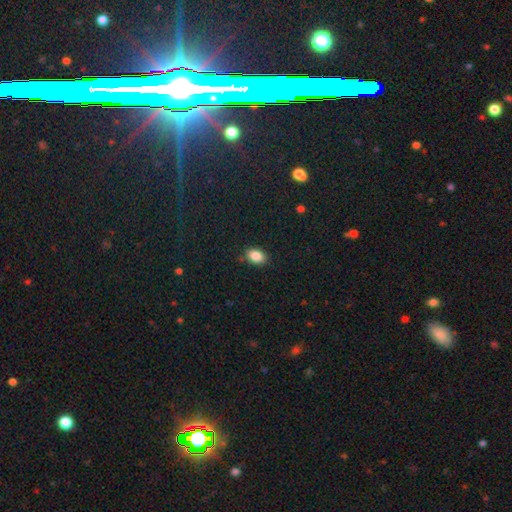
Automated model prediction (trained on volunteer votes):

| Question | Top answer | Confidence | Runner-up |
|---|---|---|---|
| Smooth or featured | smooth | 87% | star or artifact (9%) |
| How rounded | in between | 85% | round (14%) |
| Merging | none | 85% | minor disturbance (11%) |